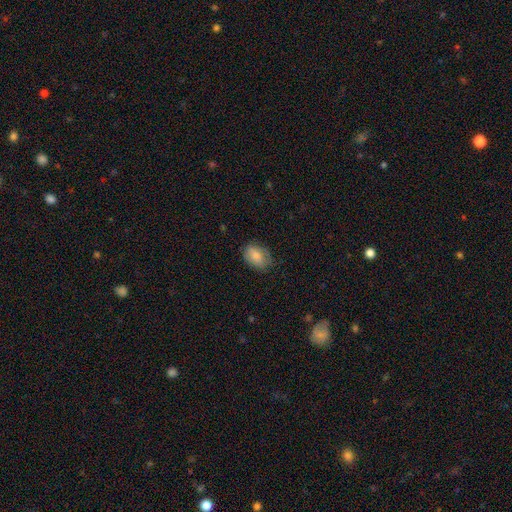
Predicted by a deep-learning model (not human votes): smooth 80%, featured or disk 13%, star or artifact 7%. Down the decision tree: how rounded — in between (81%); merging — none (71%).